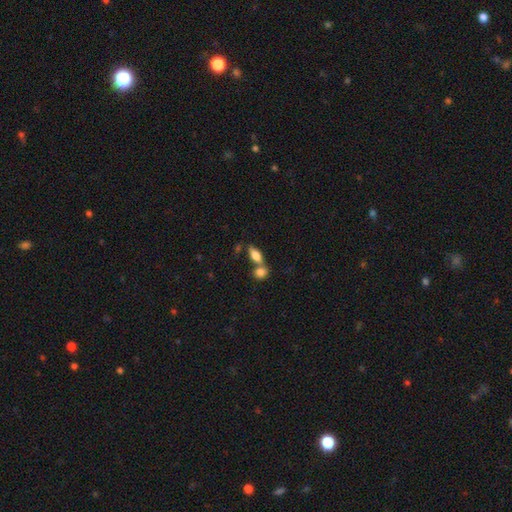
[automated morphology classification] Smooth or featured? Predicted: smooth (p=0.76). How rounded? Predicted: in between (p=0.78). Merging? Predicted: none (p=0.45).